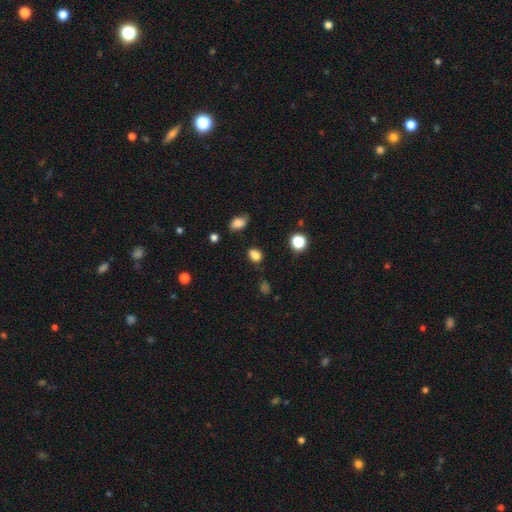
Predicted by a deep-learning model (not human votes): Overall: smooth (78%). How rounded: in between (59%; round 39%). Merging: none (67%).